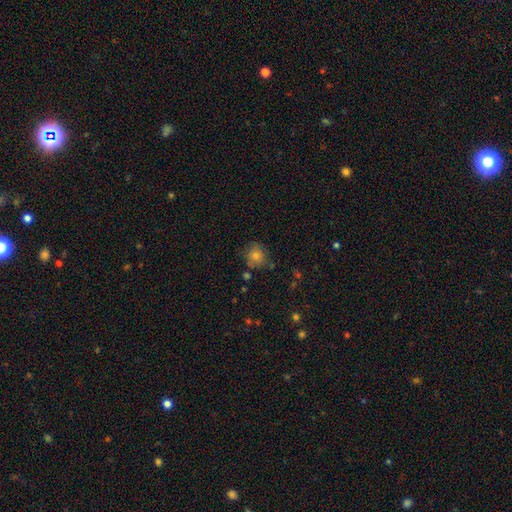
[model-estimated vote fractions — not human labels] A smooth galaxy with no disk features (75%) that is round (86%). Merging: none (75%).